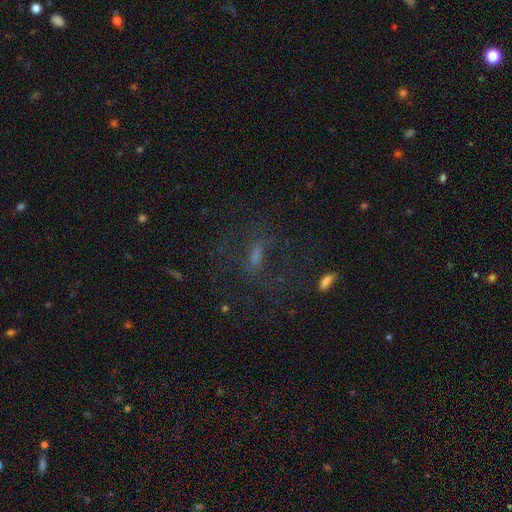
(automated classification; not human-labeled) Morphology: type=featured or disk (39%); merging=none (59%).